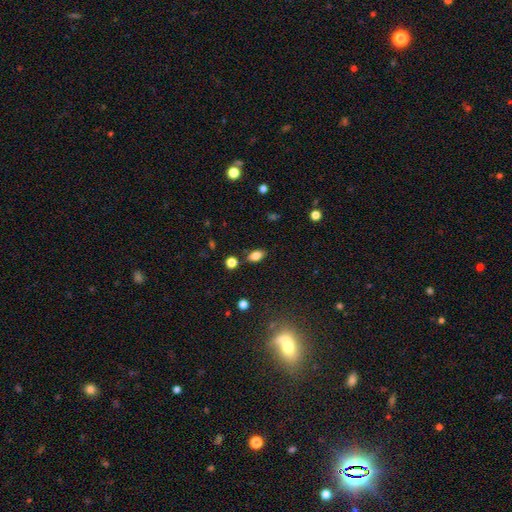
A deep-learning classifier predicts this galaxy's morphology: smooth_or_featured: smooth (p=0.81) [alt: star or artifact p=0.10]
how_rounded: in between (p=0.87) [alt: round p=0.09]
merging: none (p=0.81) [alt: minor disturbance p=0.12]